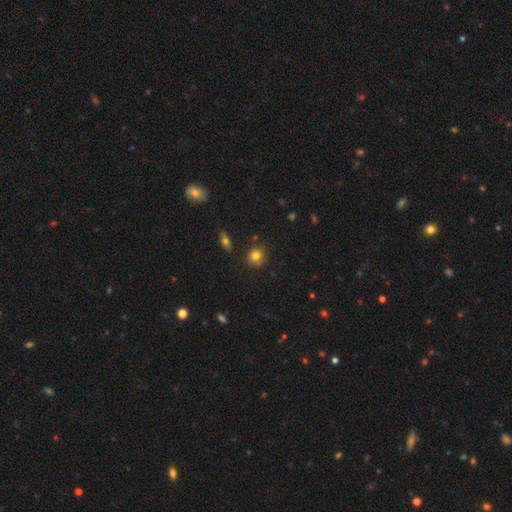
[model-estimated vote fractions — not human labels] smooth 79%, star or artifact 11%, featured or disk 10%. Down the decision tree: how rounded — round (85%); merging — none (77%).